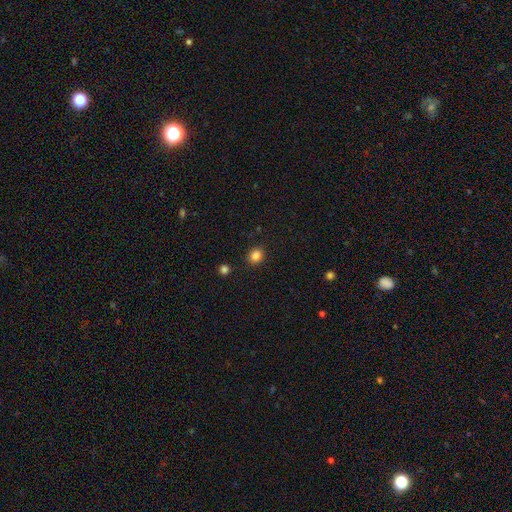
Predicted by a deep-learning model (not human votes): This appears to be a smooth galaxy with no disk features (85%) that is round (73%). Merging: none (89%).